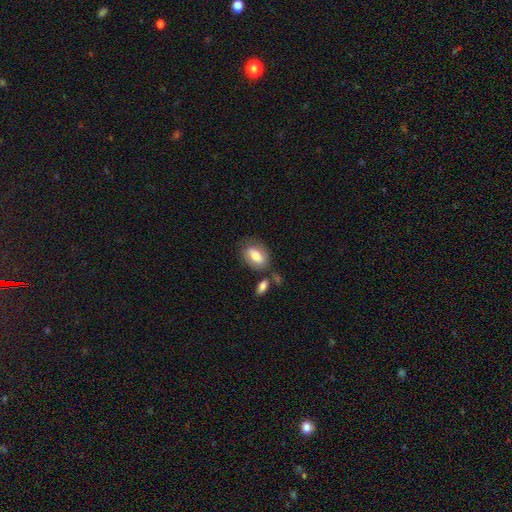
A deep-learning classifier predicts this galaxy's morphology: This appears to be a smooth galaxy with no disk features (72%) that is in between round and cigar-shaped (87%). Merging: none (64%).